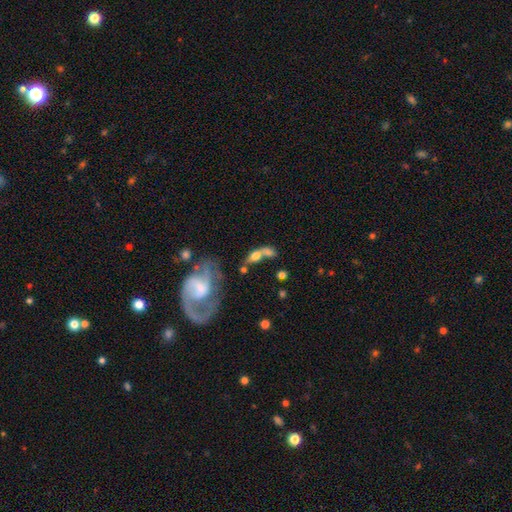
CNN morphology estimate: smooth-or-featured: smooth: 51% | featured or disk: 37% | star or artifact: 11%
  how-rounded: in between: 67% | round: 17% | cigar-shaped: 17%
  merging: merger: 50% | none: 23% | major disturbance: 15% | minor disturbance: 12%